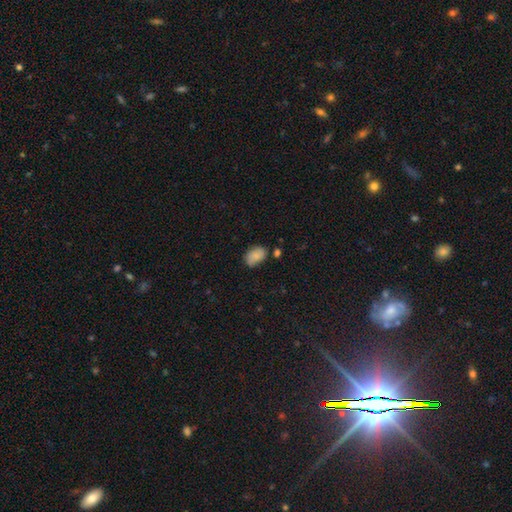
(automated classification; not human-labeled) Smooth or featured? smooth (84%)
How rounded? in between (88%)
Merging? none (62%)